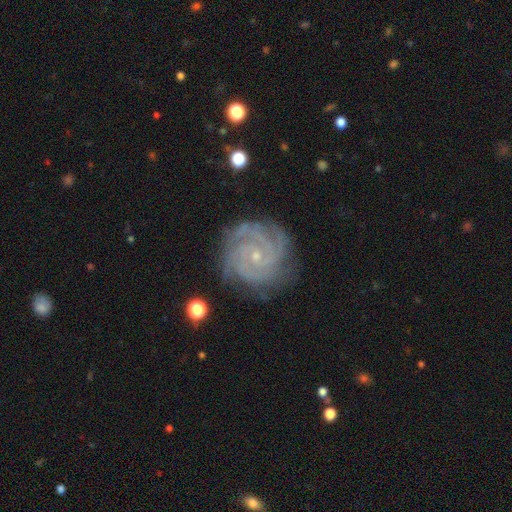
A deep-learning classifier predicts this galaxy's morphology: featured or disk 88%, star or artifact 7%, smooth 5%. Down the decision tree: edge-on disk — no (98%); bar — no (74%); spiral arms — yes (98%); spiral arm count — 3 (28%); spiral winding — tight (79%); bulge size — small (84%); merging — none (81%).